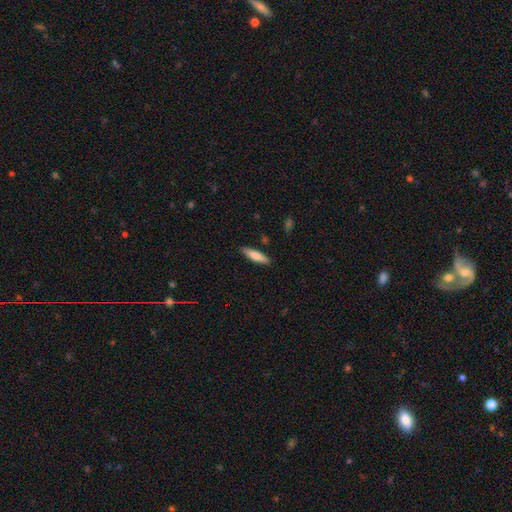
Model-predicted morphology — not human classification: A smooth galaxy with no disk features (80%) that is cigar-shaped (73%). Merging: none (87%).